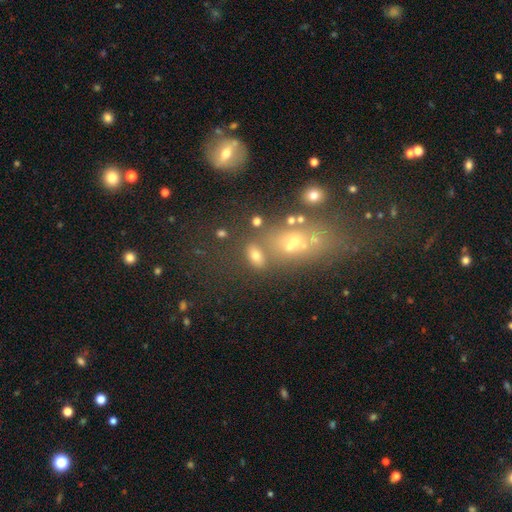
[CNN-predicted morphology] A smooth galaxy with no disk features (67%) that is in between round and cigar-shaped (79%).

Vote fractions:
- Smooth or featured? smooth: 67% / star or artifact: 17% / featured or disk: 16%
- How rounded? in between: 79% / round: 13% / cigar-shaped: 7%
- Merging? none: 64% / merger: 16% / minor disturbance: 13% / major disturbance: 7%